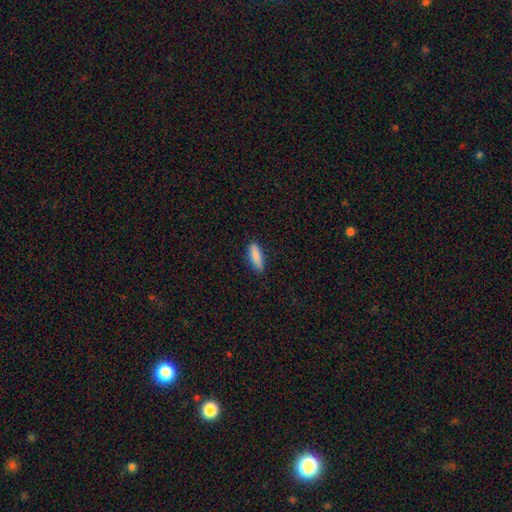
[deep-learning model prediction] smooth_or_featured: smooth (p=0.87) [alt: featured or disk p=0.07]
how_rounded: in between (p=0.54) [alt: cigar-shaped p=0.44]
merging: none (p=0.85) [alt: minor disturbance p=0.11]